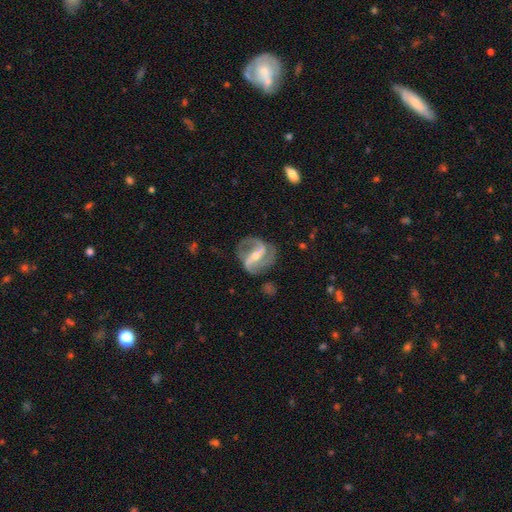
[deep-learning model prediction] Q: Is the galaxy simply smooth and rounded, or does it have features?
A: featured or disk — 90%.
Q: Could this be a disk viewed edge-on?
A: no — 97%.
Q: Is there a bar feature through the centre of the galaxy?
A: strong — 63%.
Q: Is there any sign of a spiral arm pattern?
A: yes — 96%.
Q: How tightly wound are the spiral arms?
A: medium — 49%.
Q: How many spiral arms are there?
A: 2 — 79%.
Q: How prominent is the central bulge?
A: moderate — 50%.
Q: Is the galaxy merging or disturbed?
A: none — 74%.